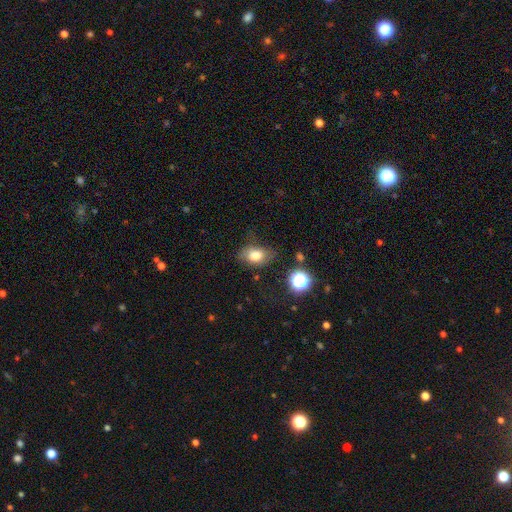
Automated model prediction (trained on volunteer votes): The model was most divided on "merging": none: 64%, minor disturbance: 24%, major disturbance: 9%, merger: 3%. More confident: how rounded — in between (76%); smooth or featured — smooth (75%).